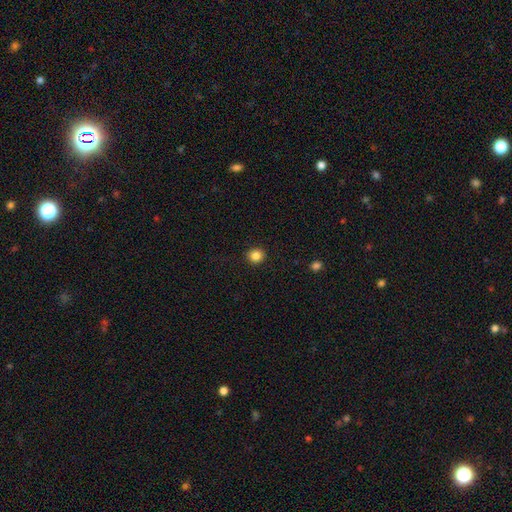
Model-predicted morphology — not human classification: A smooth galaxy with no disk features (85%) that is round (87%).

Vote fractions:
- Smooth or featured? smooth: 85% / star or artifact: 11% / featured or disk: 4%
- How rounded? round: 87% / in between: 12% / cigar-shaped: 1%
- Merging? none: 92% / minor disturbance: 5% / major disturbance: 2% / merger: 1%